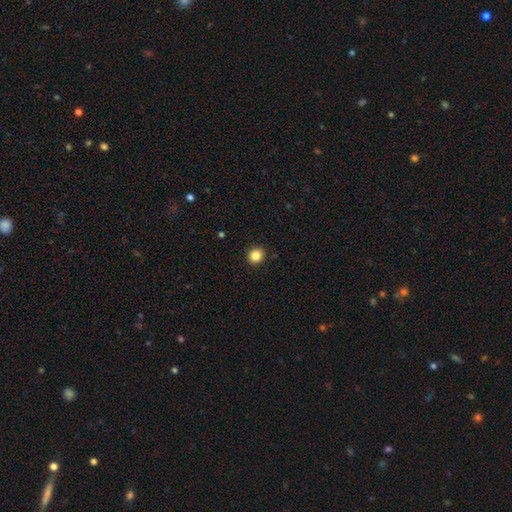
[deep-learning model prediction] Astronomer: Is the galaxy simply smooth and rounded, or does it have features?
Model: smooth — 85%.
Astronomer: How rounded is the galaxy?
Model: round — 89%.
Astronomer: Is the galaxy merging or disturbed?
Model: none — 92%.